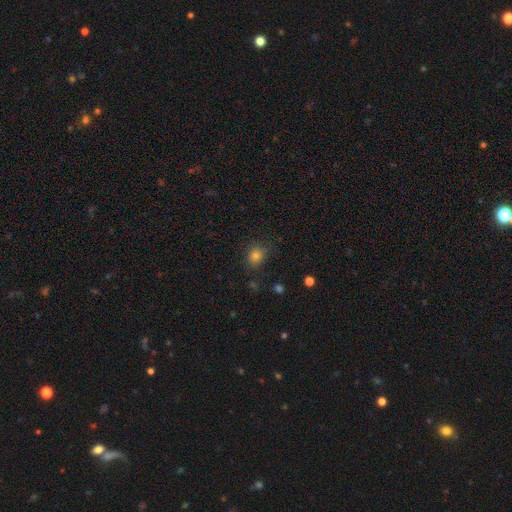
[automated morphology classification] Q: Smooth or featured?
A: smooth (76%); runner-up: star or artifact (17%)
Q: How rounded?
A: round (67%); runner-up: in between (32%)
Q: Merging?
A: none (80%); runner-up: minor disturbance (14%)